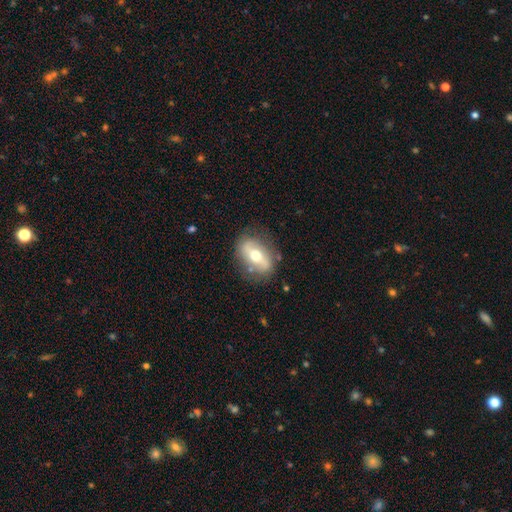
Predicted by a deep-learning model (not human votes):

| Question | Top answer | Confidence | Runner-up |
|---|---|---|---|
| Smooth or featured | featured or disk | 56% | smooth (37%) |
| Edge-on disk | no | 82% | yes (18%) |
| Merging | none | 79% | minor disturbance (14%) |